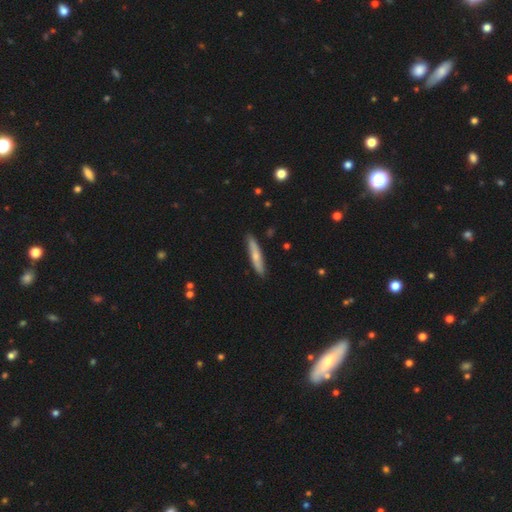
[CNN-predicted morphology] Smooth or featured?
  - smooth: 58% *
  - featured or disk: 37%
  - star or artifact: 5%
How rounded?
  - cigar-shaped: 89% *
  - in between: 9%
  - round: 2%
Merging?
  - none: 88% *
  - minor disturbance: 10%
  - major disturbance: 2%
  - merger: 1%